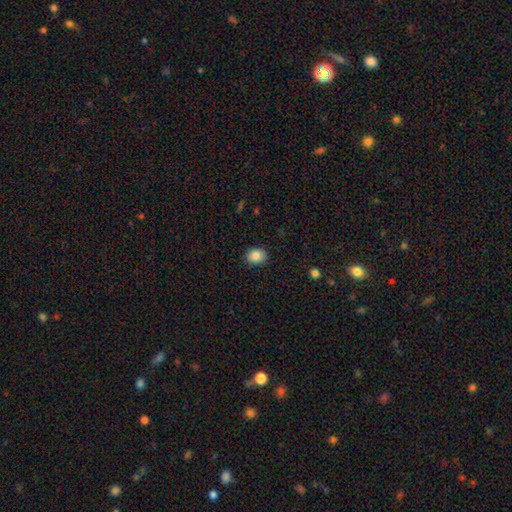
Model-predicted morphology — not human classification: Smooth or featured: smooth — 85% (star or artifact — 9%)
How rounded: in between — 59% (round — 41%)
Merging: none — 89% (minor disturbance — 9%)